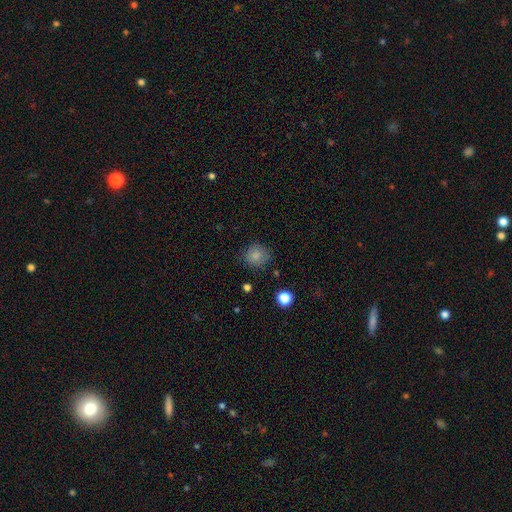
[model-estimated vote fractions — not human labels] This is clearly a smooth galaxy (83%). How rounded: clearly round (81%). Merging: clearly none (80%).